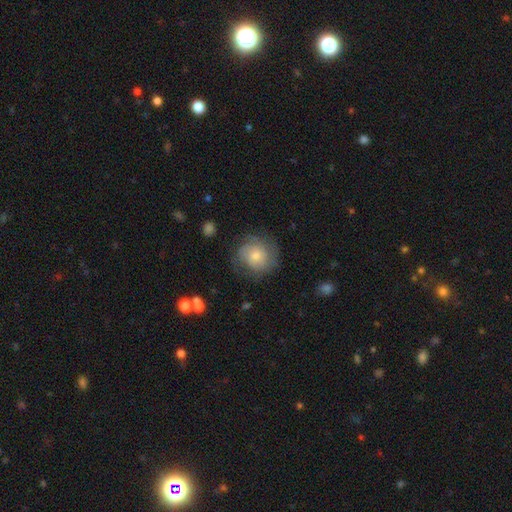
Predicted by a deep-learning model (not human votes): smooth-or-featured: smooth: 50% | featured or disk: 42% | star or artifact: 8%
  how-rounded: round: 87% | in between: 12% | cigar-shaped: 1%
  merging: none: 69% | minor disturbance: 19% | major disturbance: 10% | merger: 1%